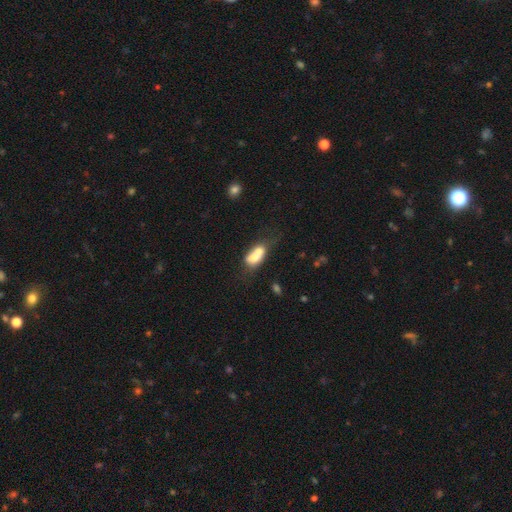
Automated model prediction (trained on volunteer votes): smooth_or_featured: smooth (p=0.63) [alt: featured or disk p=0.28]
how_rounded: in between (p=0.68) [alt: round p=0.27]
merging: merger (p=0.68) [alt: none p=0.18]